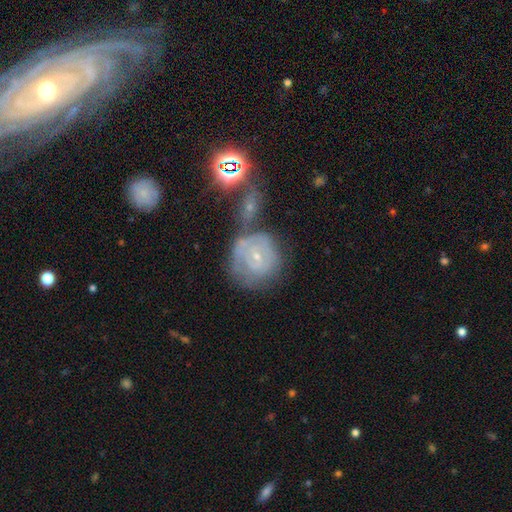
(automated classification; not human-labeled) featured or disk 66%, smooth 23%, star or artifact 12%. Down the decision tree: edge-on disk — no (96%); bar — no (57%); spiral arms — yes (74%); bulge size — small (75%); merging — none (45%).